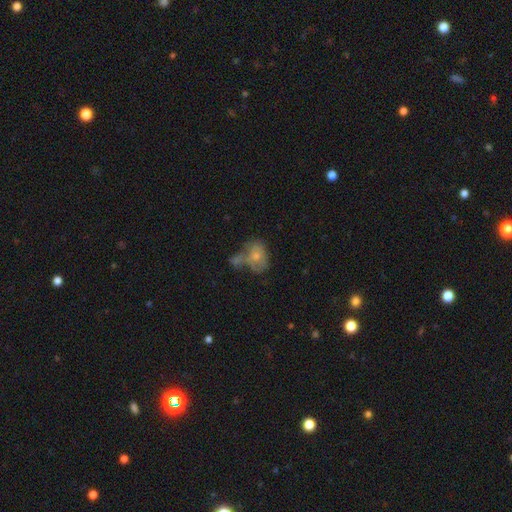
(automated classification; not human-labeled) Smooth or featured? smooth (64%)
How rounded? in between (68%)
Merging? merger (46%)